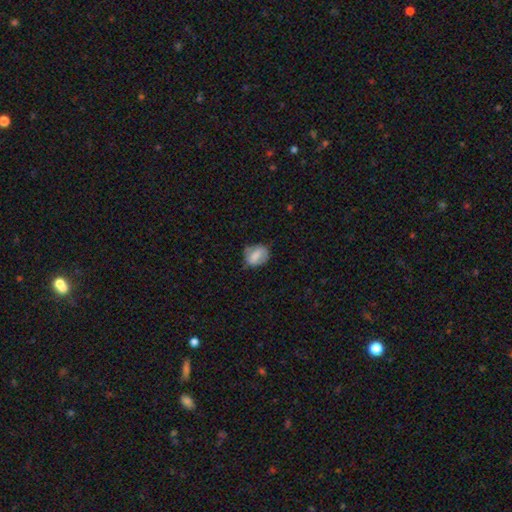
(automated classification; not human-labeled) This appears to be a smooth galaxy with no disk features (73%) that is in between round and cigar-shaped (64%). Merging: none (58%).